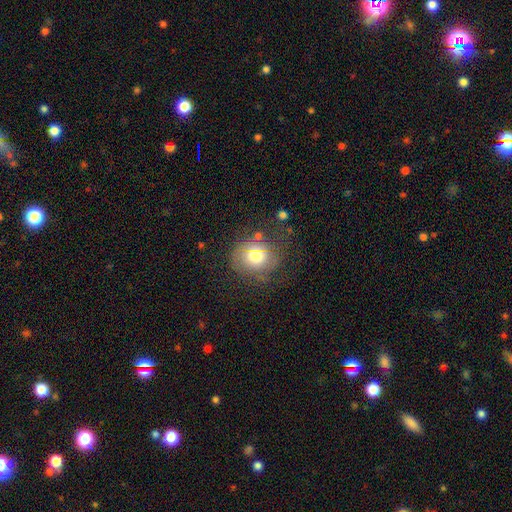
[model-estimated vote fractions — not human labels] This appears to be a smooth galaxy with no disk features (62%) that is round (74%). Merging: none (59%).